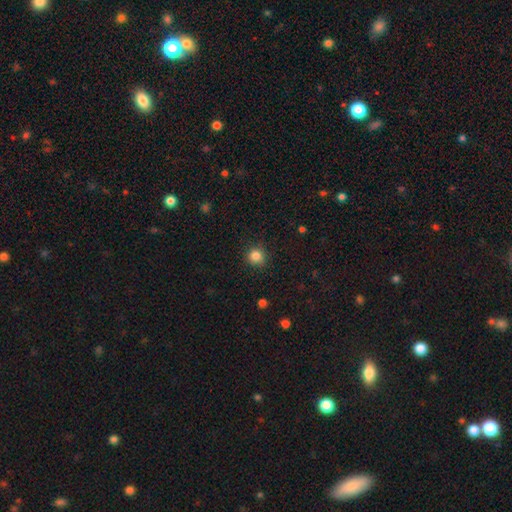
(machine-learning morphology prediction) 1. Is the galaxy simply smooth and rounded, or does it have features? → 85% smooth, 11% star or artifact, 4% featured or disk.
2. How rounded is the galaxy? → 90% round, 9% in between, 1% cigar-shaped.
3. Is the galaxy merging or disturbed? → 87% none, 9% minor disturbance, 3% major disturbance, 1% merger.